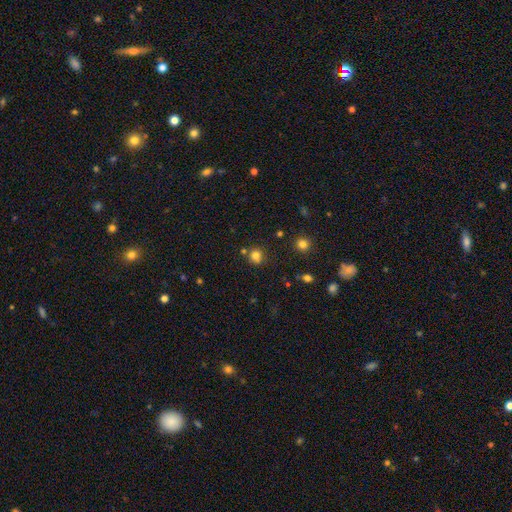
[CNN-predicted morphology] smooth_or_featured: smooth (p=0.79) [alt: star or artifact p=0.15]
how_rounded: round (p=0.89) [alt: in between p=0.10]
merging: none (p=0.77) [alt: minor disturbance p=0.11]